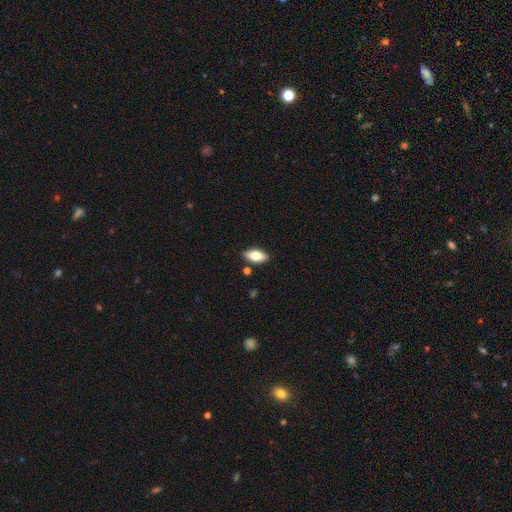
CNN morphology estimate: Smooth or featured? Predicted: smooth (p=0.74). How rounded? Predicted: in between (p=0.89). Merging? Predicted: none (p=0.86).